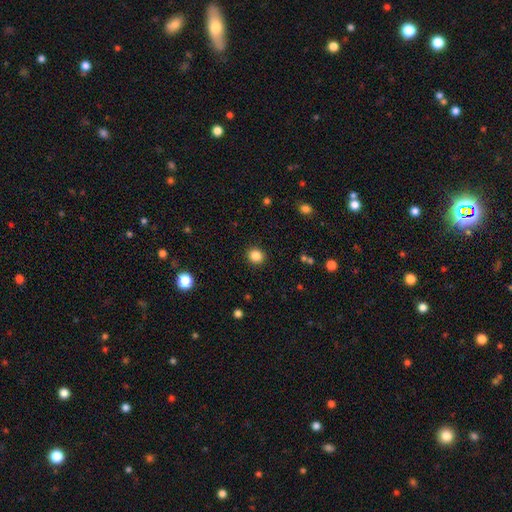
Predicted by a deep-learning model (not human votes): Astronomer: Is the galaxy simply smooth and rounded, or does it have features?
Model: smooth — 85%.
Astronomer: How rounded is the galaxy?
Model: round — 87%.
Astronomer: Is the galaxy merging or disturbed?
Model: none — 92%.